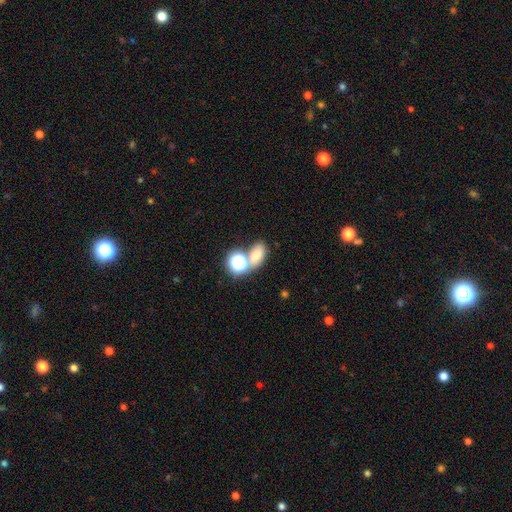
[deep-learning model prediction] smooth 70%, star or artifact 19%, featured or disk 11%. Down the decision tree: how rounded — in between (75%); merging — none (46%).